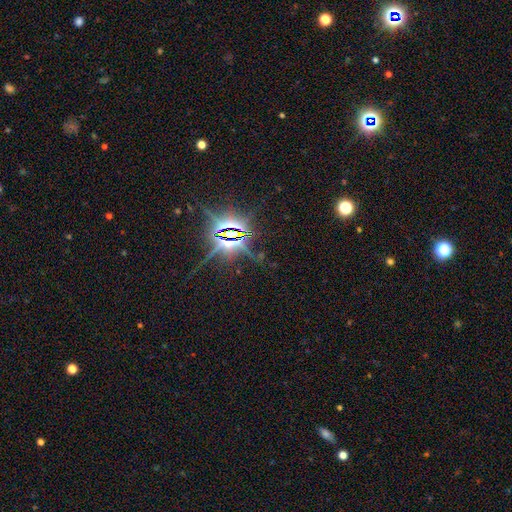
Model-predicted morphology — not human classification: The model was most divided on "smooth or featured": star or artifact: 84%, featured or disk: 10%, smooth: 6%.